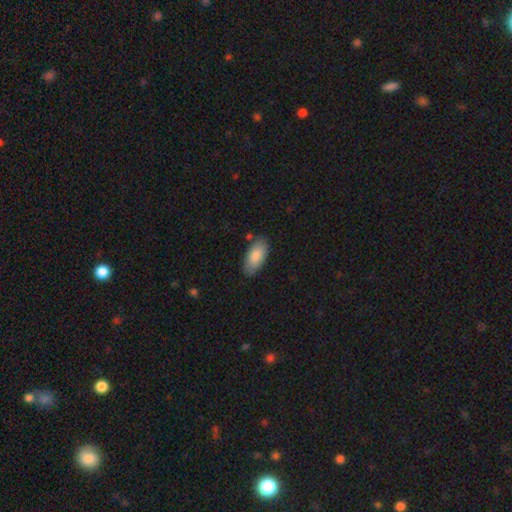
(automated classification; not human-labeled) Smooth or featured? Predicted: smooth (p=0.85). How rounded? Predicted: in between (p=0.91). Merging? Predicted: none (p=0.80).